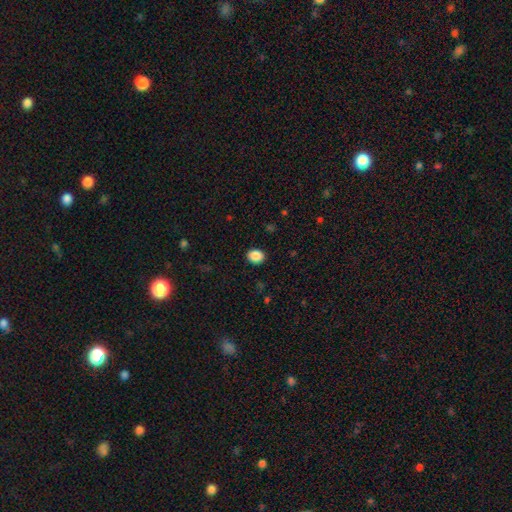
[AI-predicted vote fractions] smooth 88%, star or artifact 9%, featured or disk 3%. Down the decision tree: how rounded — round (52%); merging — none (90%).